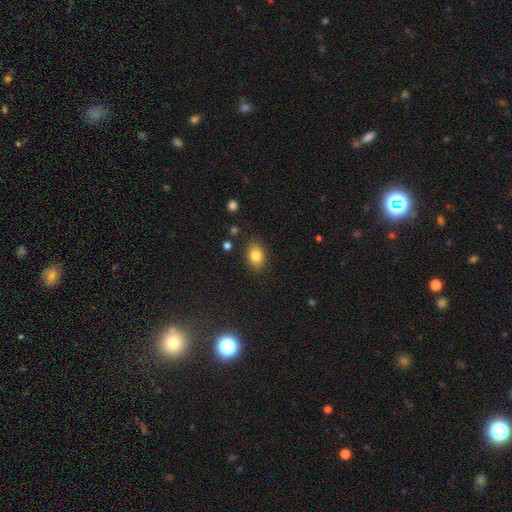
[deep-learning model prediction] This appears to be a smooth galaxy with no disk features (82%) that is in between round and cigar-shaped (76%). Merging: none (85%).